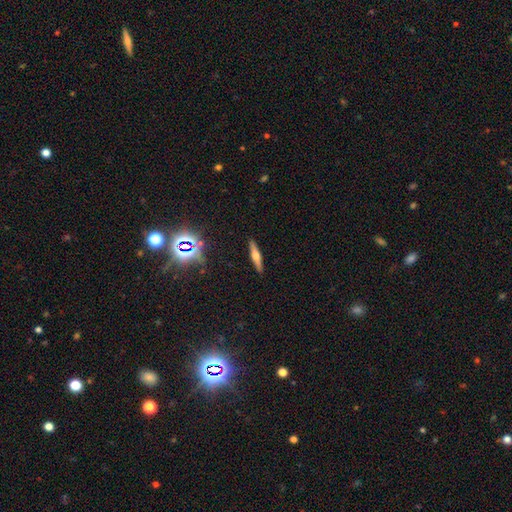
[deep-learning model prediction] Smooth or featured?
  - featured or disk: 56% *
  - smooth: 34%
  - star or artifact: 11%
Edge-on disk?
  - yes: 96% *
  - no: 4%
Edge-on bulge?
  - rounded: 89% *
  - boxy: 6%
  - none: 5%
Merging?
  - none: 90% *
  - minor disturbance: 7%
  - major disturbance: 2%
  - merger: 1%